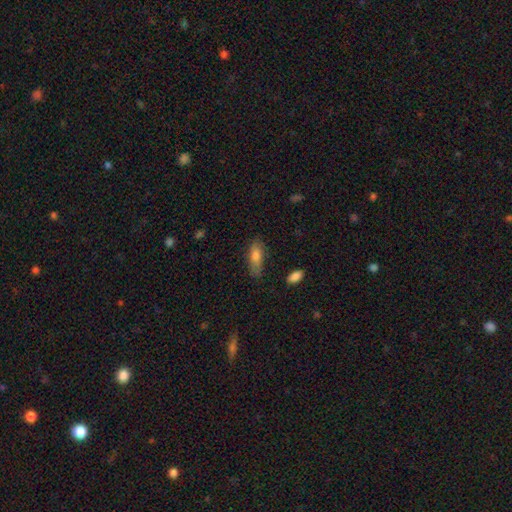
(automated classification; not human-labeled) Q: Smooth or featured?
A: smooth (76%); runner-up: featured or disk (17%)
Q: How rounded?
A: in between (67%); runner-up: cigar-shaped (31%)
Q: Merging?
A: none (70%); runner-up: minor disturbance (22%)